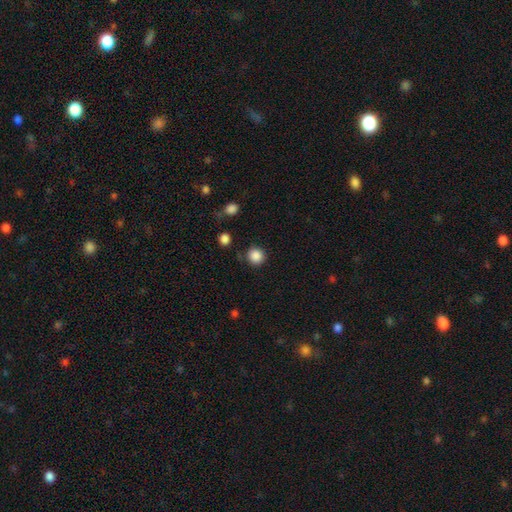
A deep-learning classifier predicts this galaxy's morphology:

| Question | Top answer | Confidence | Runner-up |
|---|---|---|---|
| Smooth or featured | smooth | 87% | star or artifact (10%) |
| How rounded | round | 93% | in between (6%) |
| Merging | none | 85% | minor disturbance (9%) |